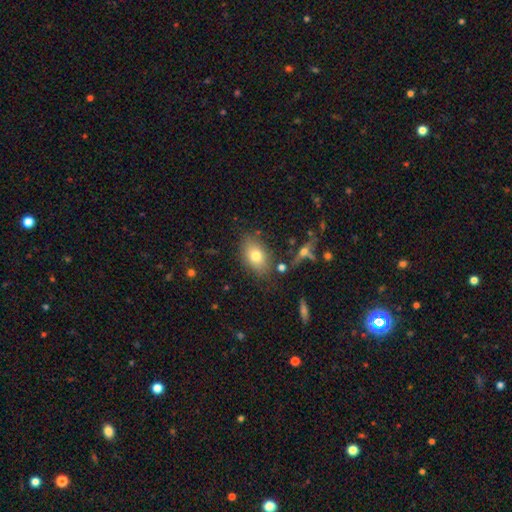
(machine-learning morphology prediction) Smooth or featured?
  - smooth: 75% *
  - featured or disk: 16%
  - star or artifact: 10%
How rounded?
  - in between: 83% *
  - round: 15%
  - cigar-shaped: 2%
Merging?
  - none: 77% *
  - minor disturbance: 14%
  - merger: 5%
  - major disturbance: 4%